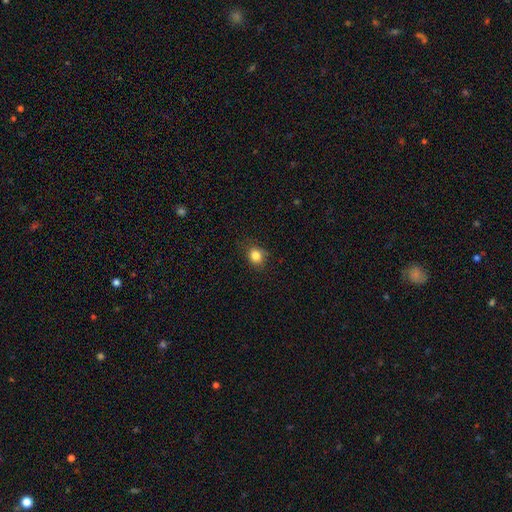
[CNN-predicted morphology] Smooth or featured? Predicted: smooth (p=0.83). How rounded? Predicted: round (p=0.68). Merging? Predicted: none (p=0.79).